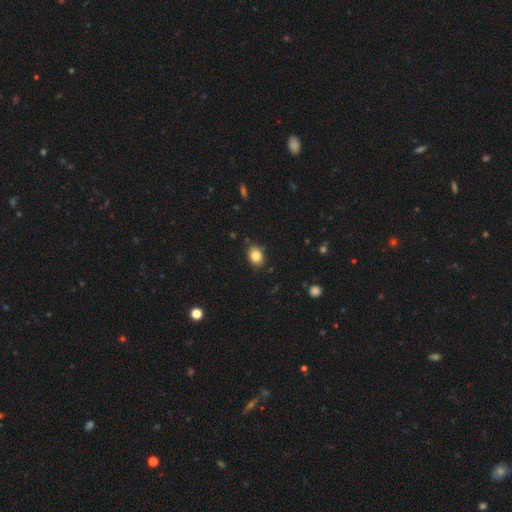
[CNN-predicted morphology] Overall: smooth (85%). How rounded: in between (55%; round 44%). Merging: none (86%).